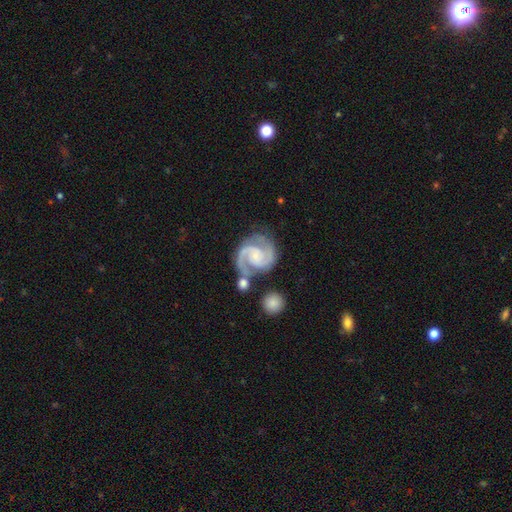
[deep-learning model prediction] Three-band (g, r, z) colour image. It shows a featured or disk galaxy (92%) with no bar (54%), 2 (91%) medium (56%) spiral arms (98%) and a small central bulge (63%). Merging: none (64%).